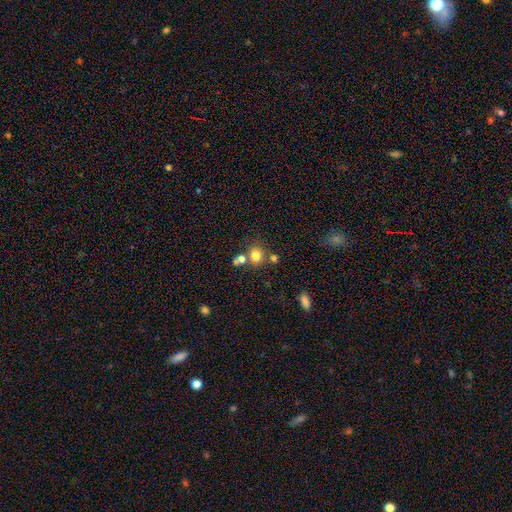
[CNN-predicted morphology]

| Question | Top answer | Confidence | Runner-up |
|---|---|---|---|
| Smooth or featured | smooth | 78% | star or artifact (13%) |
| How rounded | round | 78% | in between (21%) |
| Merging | none | 60% | merger (25%) |